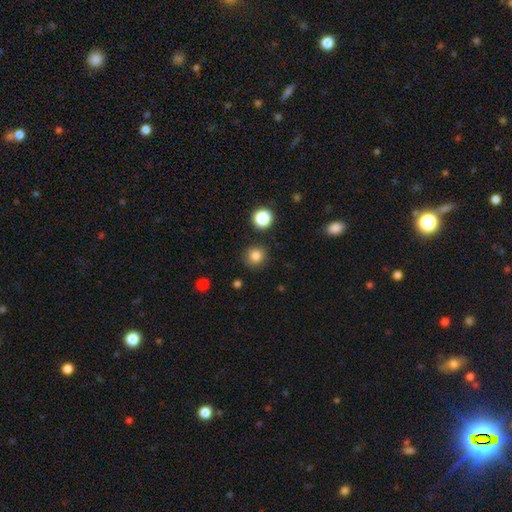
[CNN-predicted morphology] Smooth or featured? Predicted: smooth (p=0.81). How rounded? Predicted: round (p=0.91). Merging? Predicted: none (p=0.86).